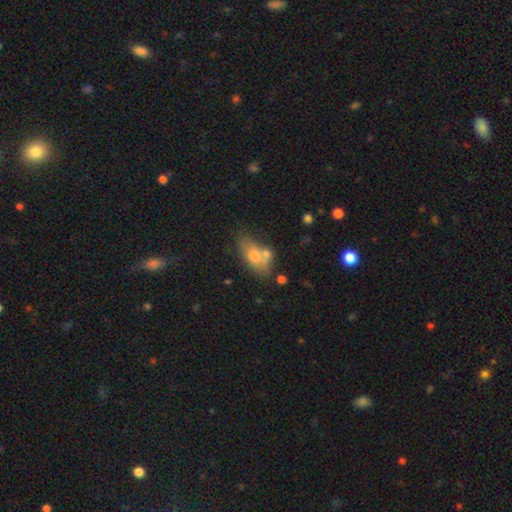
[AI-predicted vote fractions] This appears to be a smooth galaxy with no disk features (66%) that is in between round and cigar-shaped (85%). Merging: none (42%).